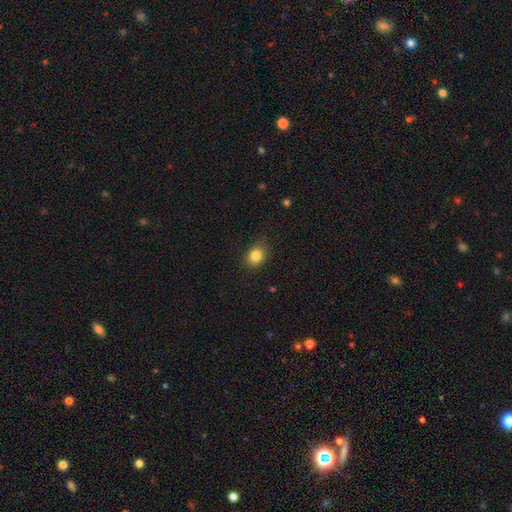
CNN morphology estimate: This appears to be a smooth galaxy with no disk features (84%) that is in between round and cigar-shaped (51%). Merging: none (83%).